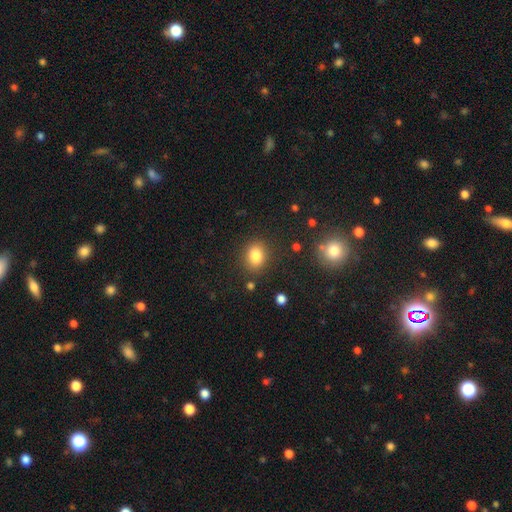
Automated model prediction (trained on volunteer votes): Smooth or featured? smooth (82%)
How rounded? round (50%)
Merging? none (85%)